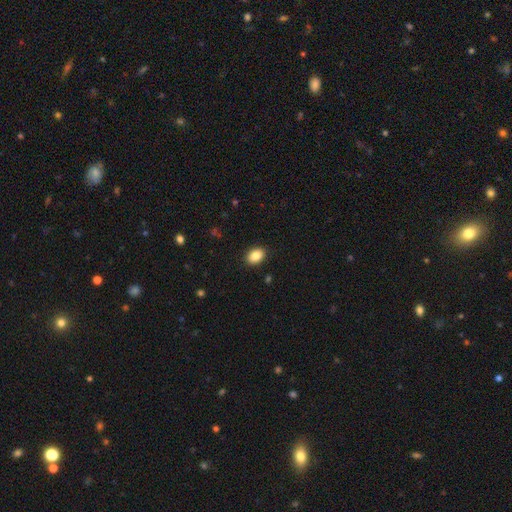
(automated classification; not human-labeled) Smooth or featured: smooth — 87% (star or artifact — 8%)
How rounded: in between — 76% (round — 23%)
Merging: none — 90% (minor disturbance — 7%)